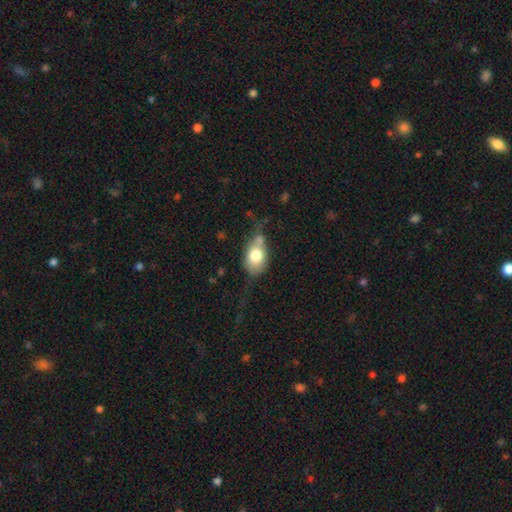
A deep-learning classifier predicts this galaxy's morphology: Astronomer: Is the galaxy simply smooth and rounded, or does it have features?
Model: smooth — 73%.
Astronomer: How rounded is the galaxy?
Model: in between — 75%.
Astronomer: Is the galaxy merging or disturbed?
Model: none — 43% (runner-up: minor disturbance, 31%).